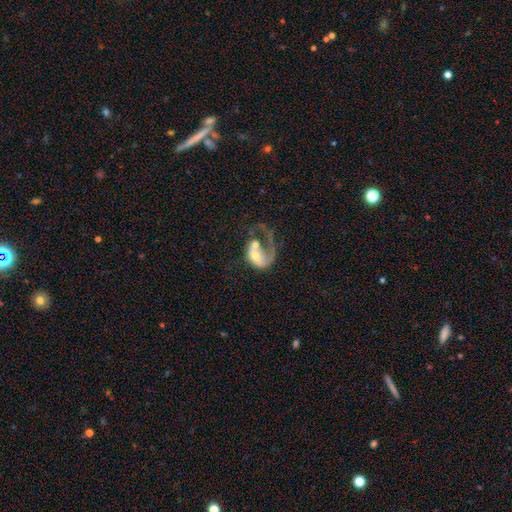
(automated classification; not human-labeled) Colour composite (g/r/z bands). It shows a featured or disk galaxy (62%) with no bar (66%), spiral arms (65%) and a moderate central bulge (51%). Merging: major disturbance (46%).